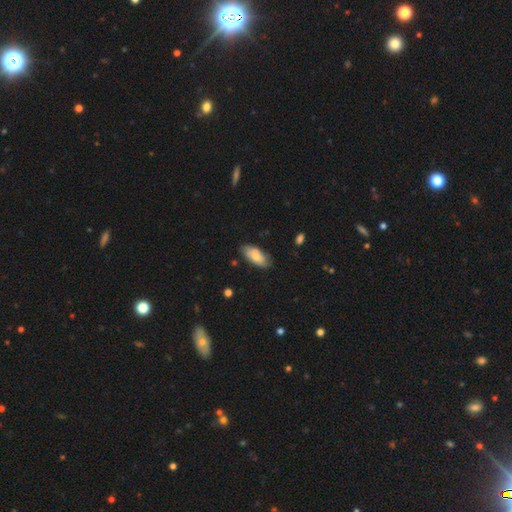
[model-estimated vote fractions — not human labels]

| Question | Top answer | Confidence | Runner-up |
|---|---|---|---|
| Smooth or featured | smooth | 77% | featured or disk (17%) |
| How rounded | in between | 87% | cigar-shaped (11%) |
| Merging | none | 76% | minor disturbance (19%) |